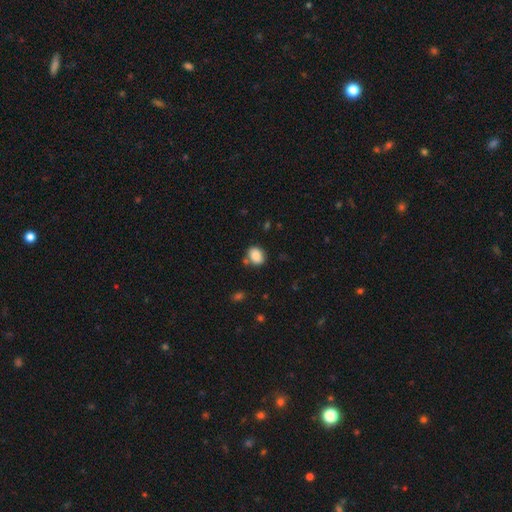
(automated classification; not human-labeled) A smooth galaxy with no disk features (87%) that is in between round and cigar-shaped (57%). Merging: none (71%).